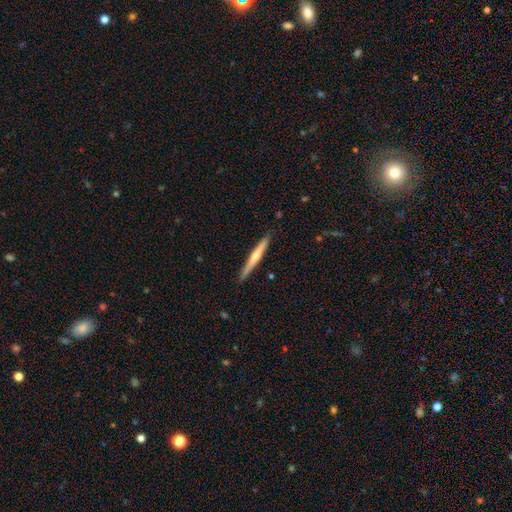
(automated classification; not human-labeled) smooth_or_featured: featured or disk (p=0.59) [alt: smooth p=0.36]
disk_edge_on: yes (p=0.97) [alt: no p=0.03]
edge_on_bulge: rounded (p=0.76) [alt: none p=0.20]
merging: none (p=0.90) [alt: minor disturbance p=0.07]